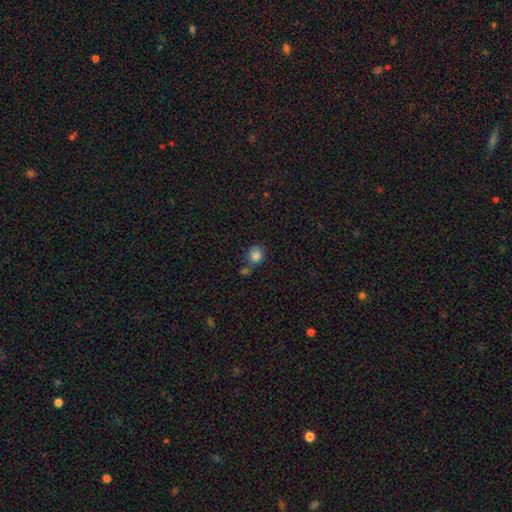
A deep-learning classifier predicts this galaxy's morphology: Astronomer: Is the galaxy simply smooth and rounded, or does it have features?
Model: smooth — 85%.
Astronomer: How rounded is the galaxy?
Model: round — 78%.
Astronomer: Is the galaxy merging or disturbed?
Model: none — 57%.